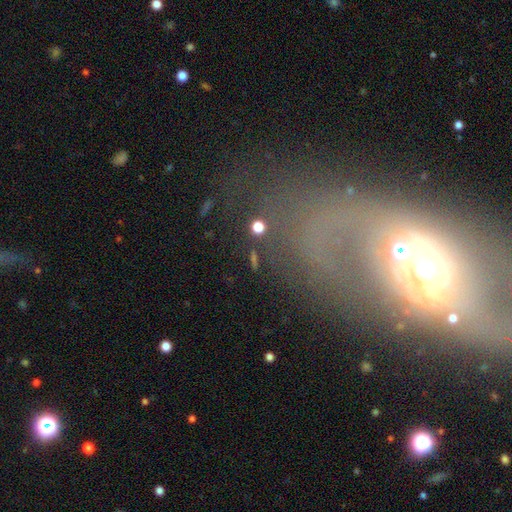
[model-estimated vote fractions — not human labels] A featured or disk galaxy (41%). Merging: none (52%).